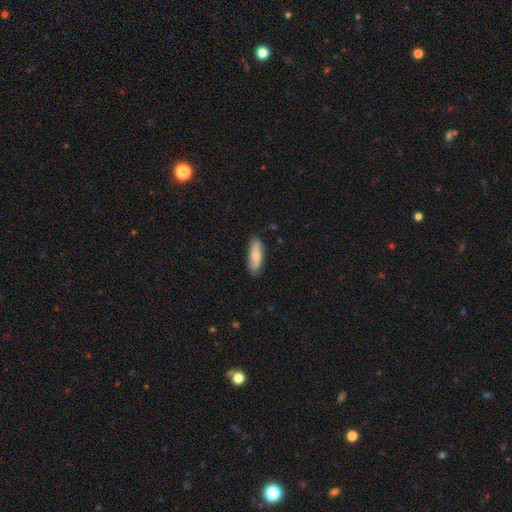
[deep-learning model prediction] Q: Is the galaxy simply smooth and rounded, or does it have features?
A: smooth — 73%.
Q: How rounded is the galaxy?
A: in between — 56%.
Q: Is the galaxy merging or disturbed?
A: none — 83%.